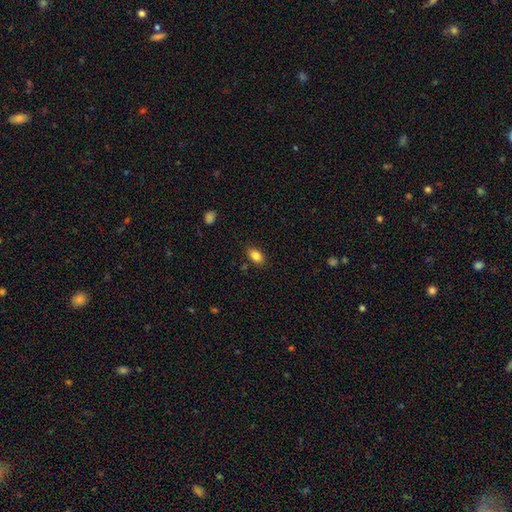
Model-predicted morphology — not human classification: This appears to be a smooth galaxy with no disk features (85%) that is in between round and cigar-shaped (87%). Merging: none (86%).